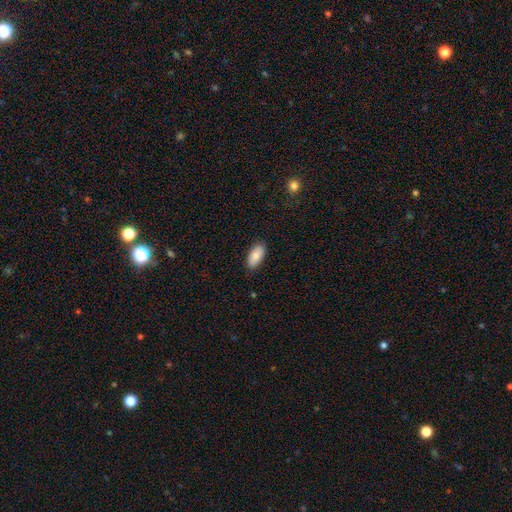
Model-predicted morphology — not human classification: smooth-or-featured: smooth: 85% | featured or disk: 8% | star or artifact: 6%
  how-rounded: in between: 92% | cigar-shaped: 6% | round: 2%
  merging: none: 87% | minor disturbance: 10% | major disturbance: 2% | merger: 1%